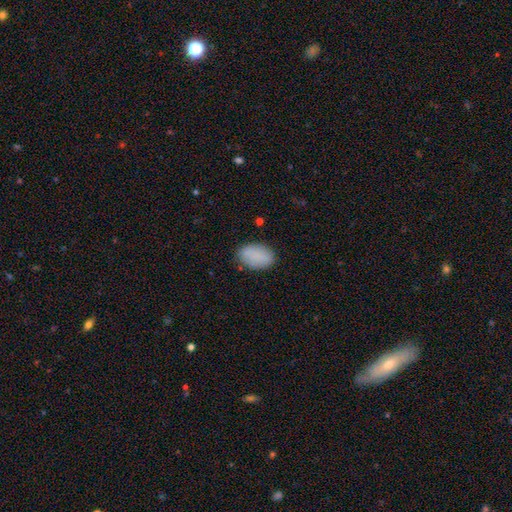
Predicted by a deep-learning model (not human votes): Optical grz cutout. It shows a smooth galaxy with no disk features (88%) that is in between round and cigar-shaped (89%). Merging: none (83%).